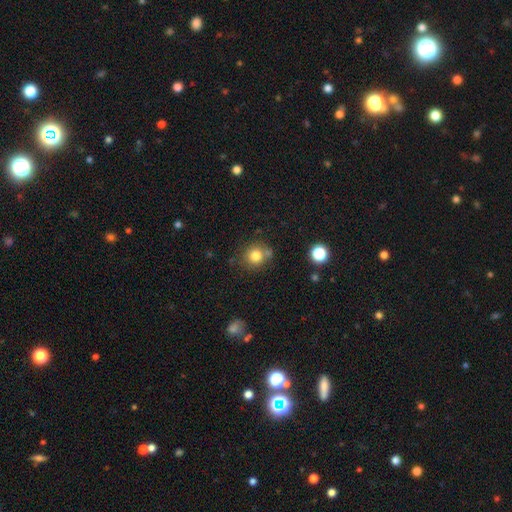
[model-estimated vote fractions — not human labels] smooth 81%, star or artifact 12%, featured or disk 8%. Down the decision tree: how rounded — round (87%); merging — none (70%).